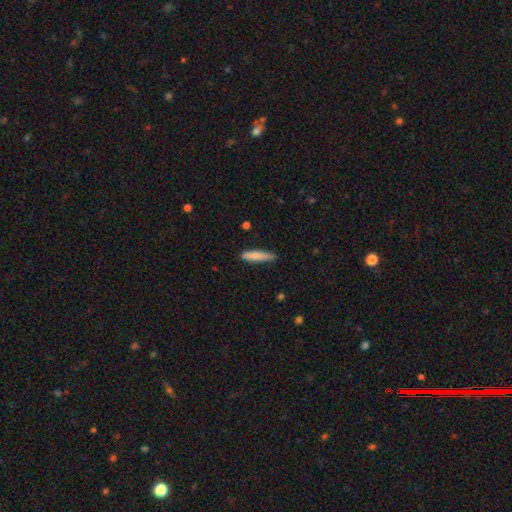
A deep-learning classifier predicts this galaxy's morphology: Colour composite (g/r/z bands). It shows a smooth galaxy with no disk features (82%) that is cigar-shaped (87%). Merging: none (83%).